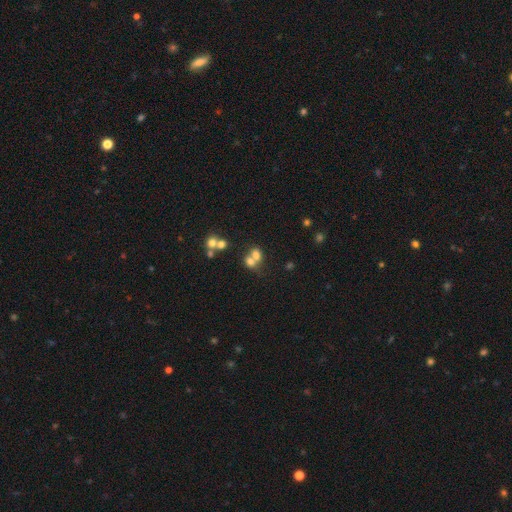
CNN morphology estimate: Smooth or featured? Predicted: smooth (p=0.64). How rounded? Predicted: round (p=0.54). Merging? Predicted: merger (p=0.59).